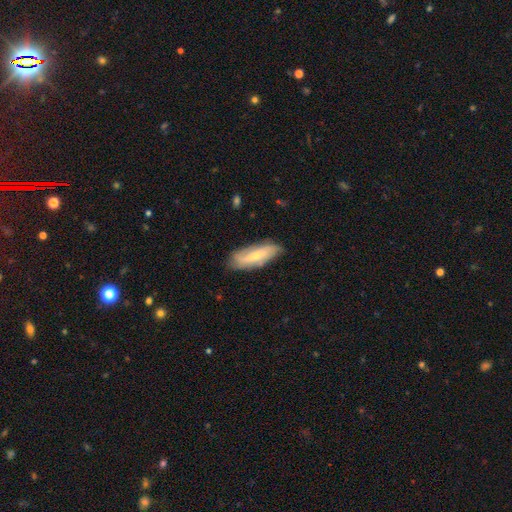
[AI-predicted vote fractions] Q: Smooth or featured?
A: featured or disk (47%); runner-up: smooth (46%)
Q: Merging?
A: none (74%); runner-up: minor disturbance (20%)